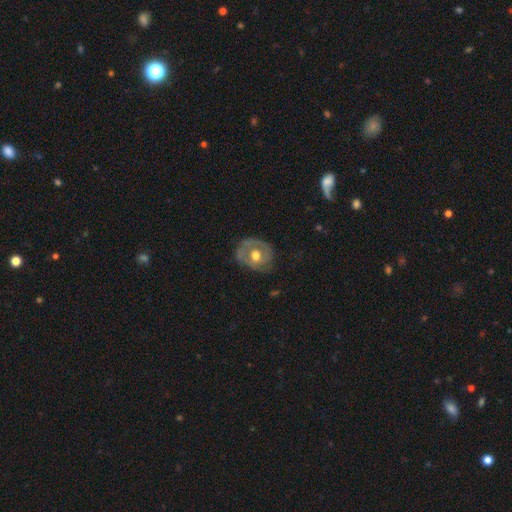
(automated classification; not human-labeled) Morphology: type=featured or disk (63%); edge-on=no (96%); bar=no (83%); spiral arms=no (50%, tied with yes); bulge=moderate (75%); merging=none (63%).